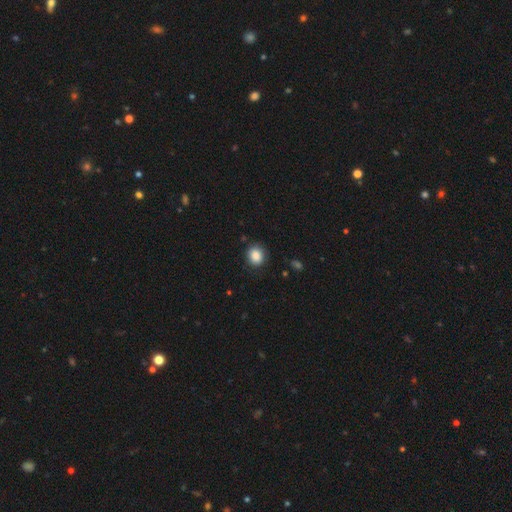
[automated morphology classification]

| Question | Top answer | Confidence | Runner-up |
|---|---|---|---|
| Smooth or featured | smooth | 87% | star or artifact (9%) |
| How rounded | round | 70% | in between (29%) |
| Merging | none | 85% | minor disturbance (11%) |